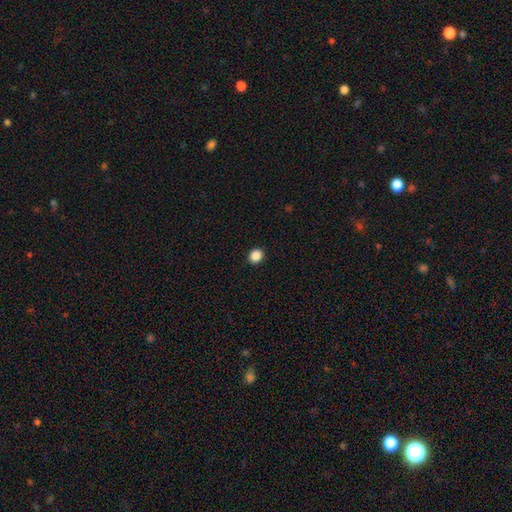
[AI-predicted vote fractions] smooth_or_featured: smooth (p=0.88) [alt: star or artifact p=0.10]
how_rounded: round (p=0.75) [alt: in between p=0.24]
merging: none (p=0.92) [alt: minor disturbance p=0.05]